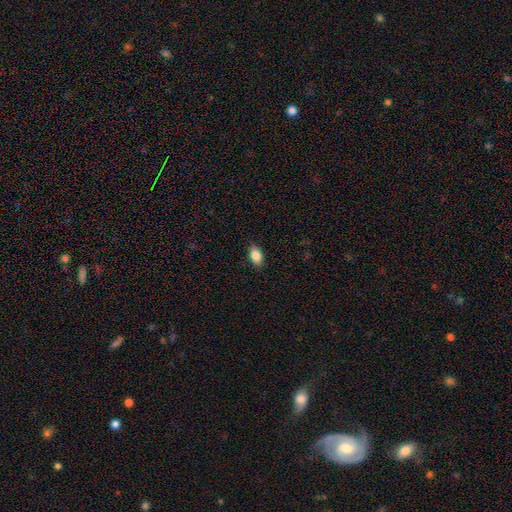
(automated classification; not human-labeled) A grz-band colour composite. It shows a smooth galaxy with no disk features (87%) that is in between round and cigar-shaped (89%). Merging: none (86%).